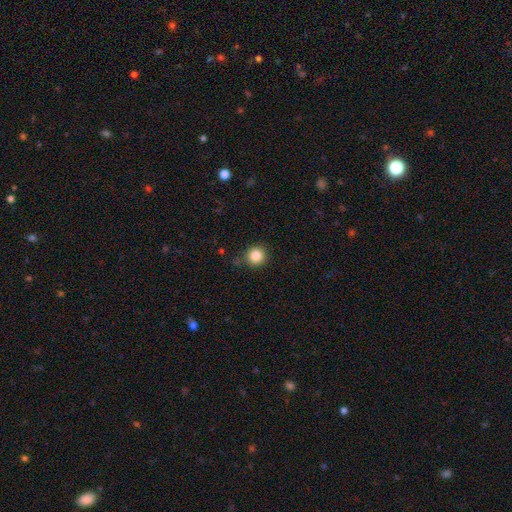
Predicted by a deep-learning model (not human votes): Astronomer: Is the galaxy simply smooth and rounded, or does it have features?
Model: smooth — 85%.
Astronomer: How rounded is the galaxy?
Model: round — 93%.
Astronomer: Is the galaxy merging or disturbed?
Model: none — 86%.